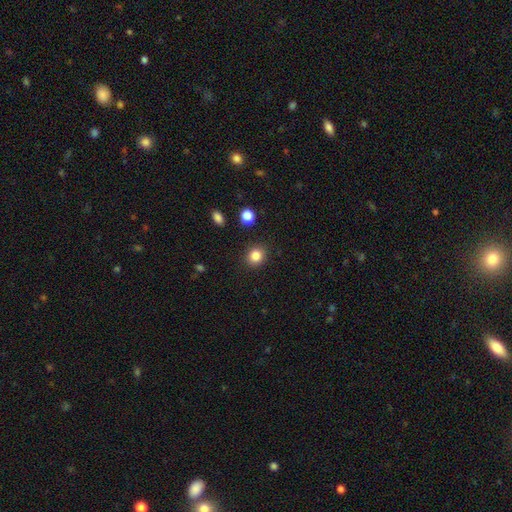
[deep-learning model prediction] This is clearly a smooth galaxy (84%). How rounded: likely round (76%). Merging: clearly none (89%).